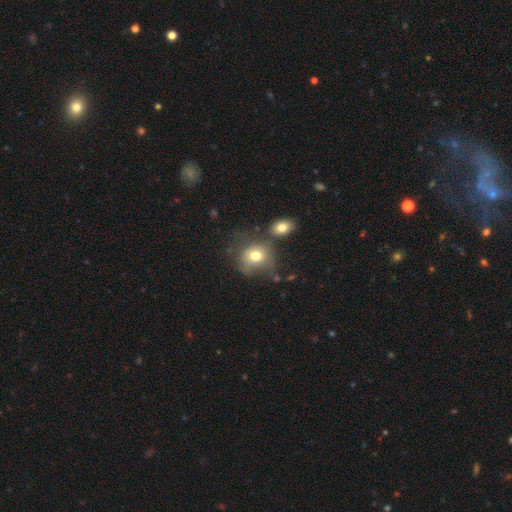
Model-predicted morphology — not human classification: The model was most divided on "merging": none: 44%, minor disturbance: 23%, major disturbance: 16%, merger: 16%. More confident: smooth or featured — smooth (72%); how rounded — round (71%).